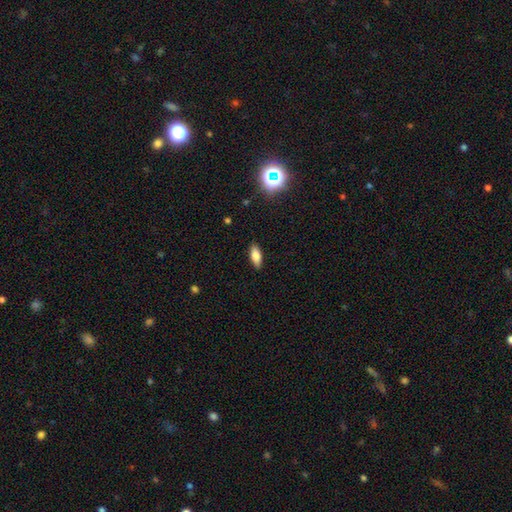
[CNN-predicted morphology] A smooth galaxy with no disk features (75%) that is in between round and cigar-shaped (78%). Merging: none (88%).